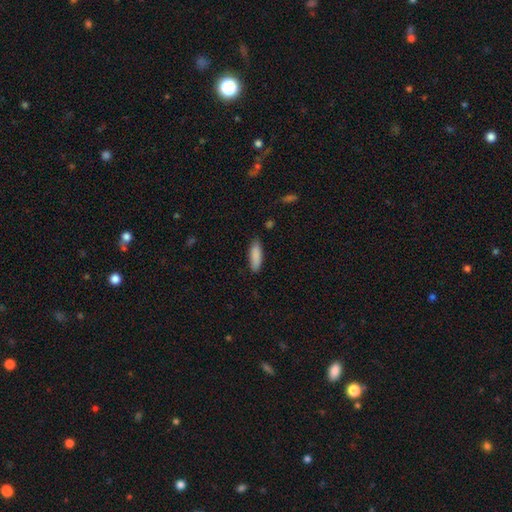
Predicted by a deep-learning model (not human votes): Overall: smooth (88%). How rounded: in between (53%; cigar-shaped 45%). Merging: none (83%).